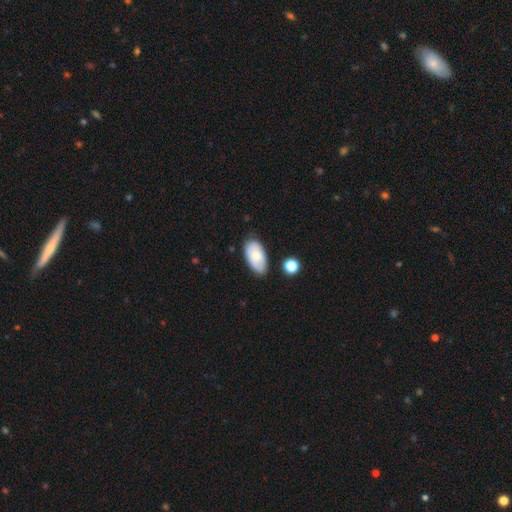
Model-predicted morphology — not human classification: Smooth or featured? smooth (67%)
How rounded? in between (94%)
Merging? none (74%)